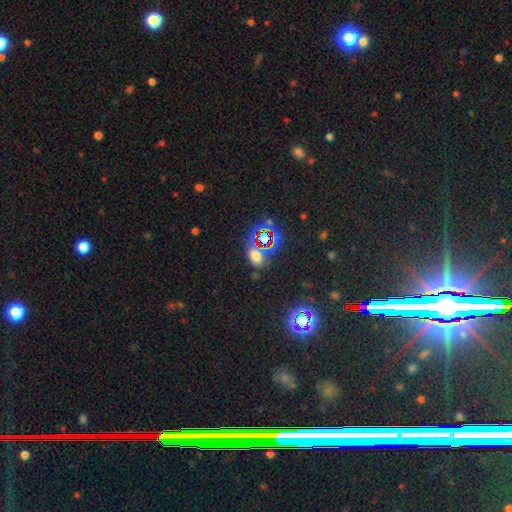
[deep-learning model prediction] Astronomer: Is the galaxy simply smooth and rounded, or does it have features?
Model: smooth — 49% (runner-up: star or artifact, 41%).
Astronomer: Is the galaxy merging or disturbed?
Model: none — 62%.